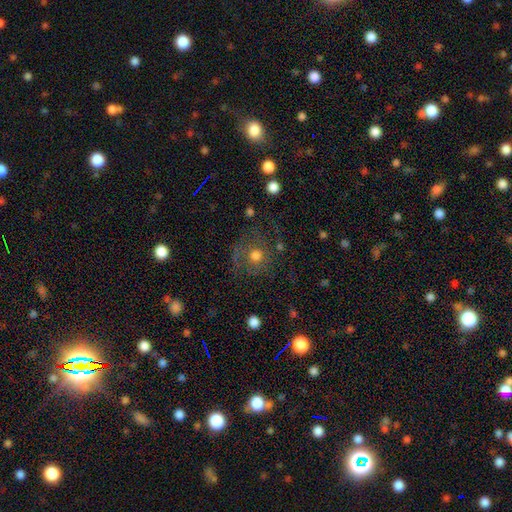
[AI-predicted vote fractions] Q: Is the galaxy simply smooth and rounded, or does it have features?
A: smooth — 57%.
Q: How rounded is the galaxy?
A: round — 88%.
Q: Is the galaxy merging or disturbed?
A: none — 61%.